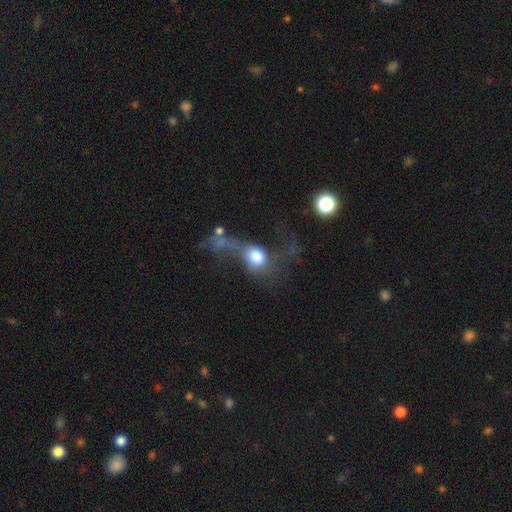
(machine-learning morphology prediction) Q: Smooth or featured?
A: smooth (63%); runner-up: featured or disk (26%)
Q: How rounded?
A: in between (50%); runner-up: round (47%)
Q: Merging?
A: major disturbance (54%); runner-up: none (17%)